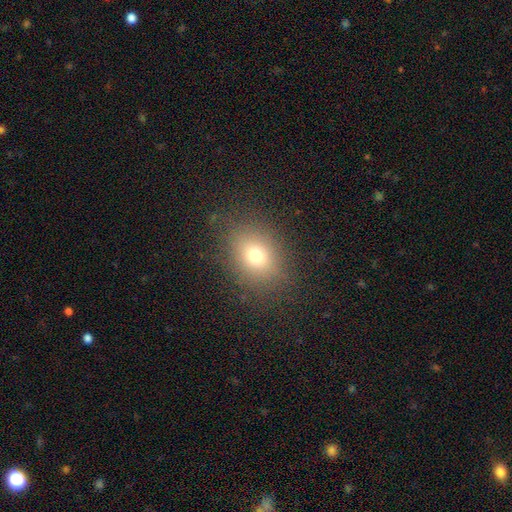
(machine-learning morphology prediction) A smooth galaxy with no disk features (72%) that is in between round and cigar-shaped (50%). Merging: none (83%).